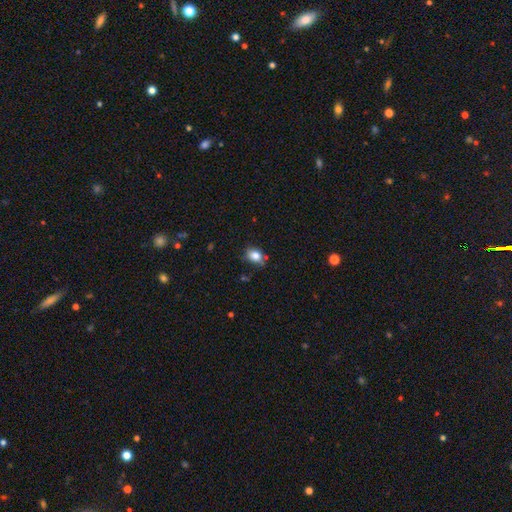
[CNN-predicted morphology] A smooth galaxy with no disk features (82%) that is in between round and cigar-shaped (66%). Merging: none (69%).